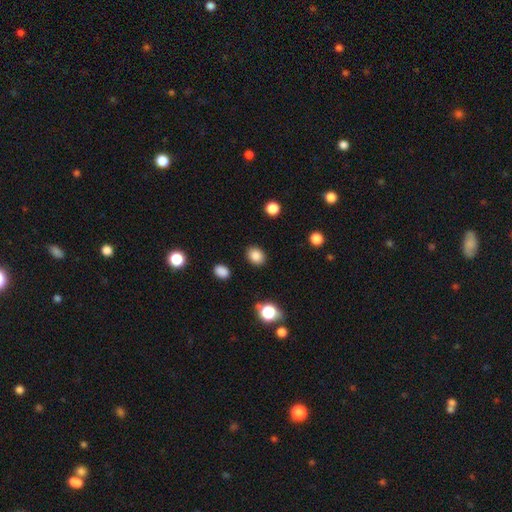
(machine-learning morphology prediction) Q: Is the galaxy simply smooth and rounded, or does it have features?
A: smooth — 85%.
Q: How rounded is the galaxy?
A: round — 51%.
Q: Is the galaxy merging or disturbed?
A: none — 88%.